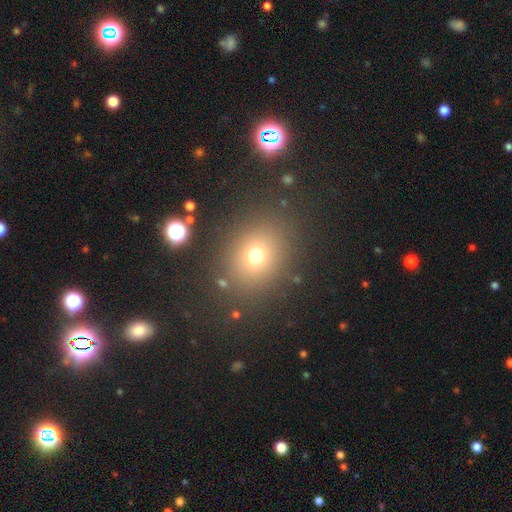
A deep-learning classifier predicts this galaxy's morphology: A smooth galaxy with no disk features (69%) that is round (61%). Merging: none (84%).